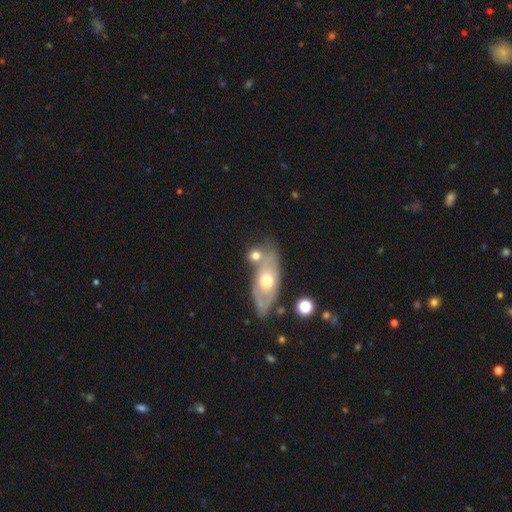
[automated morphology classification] A smooth galaxy with no disk features (59%) that is in between round and cigar-shaped (54%). Merging: none (45%).